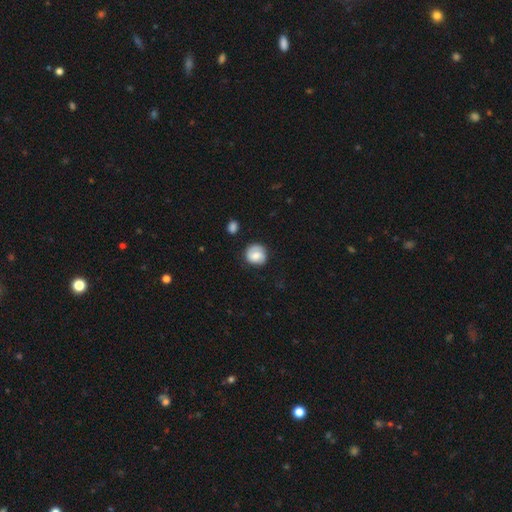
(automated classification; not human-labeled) Morphology: type=smooth (63%); roundness=round (84%); merging=none (74%).